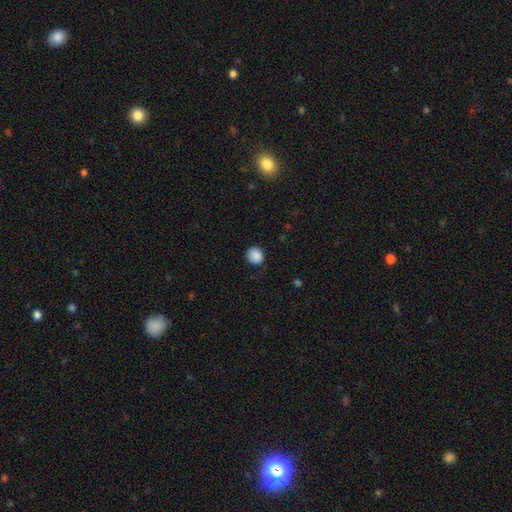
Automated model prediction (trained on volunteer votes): Smooth or featured? smooth (88%)
How rounded? round (84%)
Merging? none (79%)